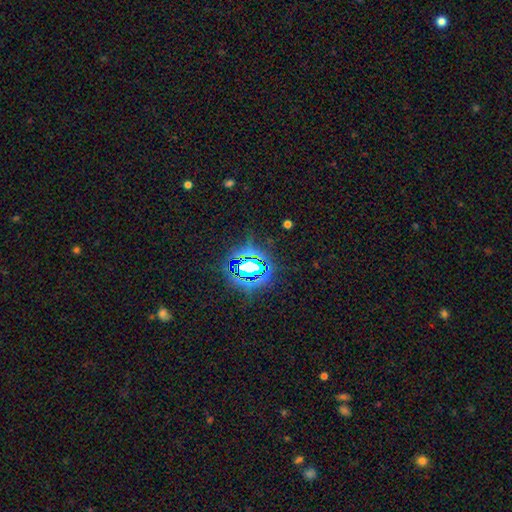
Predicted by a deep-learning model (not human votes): Q: Smooth or featured?
A: star or artifact (81%); runner-up: smooth (12%)